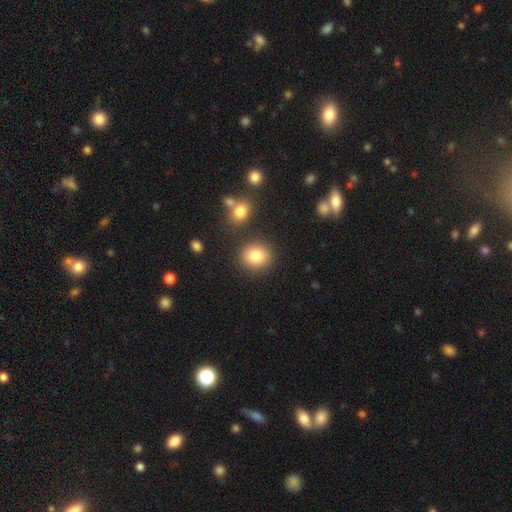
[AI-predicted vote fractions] This appears to be a smooth galaxy with no disk features (82%) that is round (78%). Merging: none (83%).